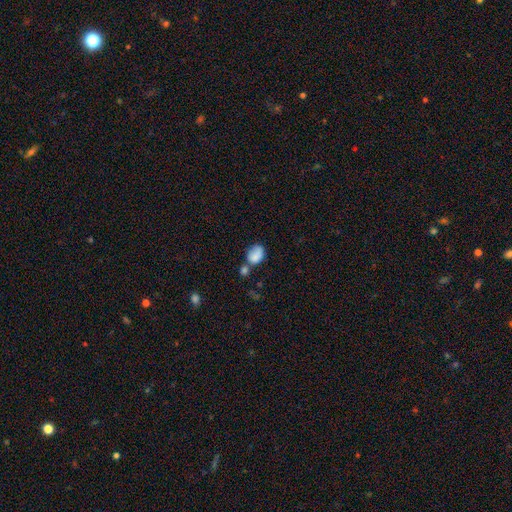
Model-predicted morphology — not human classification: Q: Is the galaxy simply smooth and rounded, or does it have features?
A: smooth — 82%.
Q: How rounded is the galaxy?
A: in between — 73%.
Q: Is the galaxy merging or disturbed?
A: none — 40%.